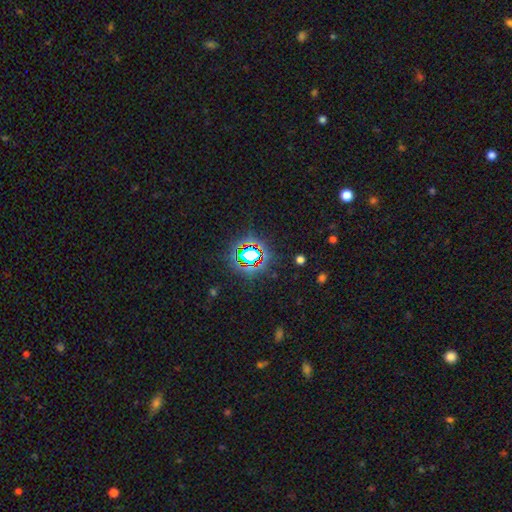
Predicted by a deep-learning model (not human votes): This appears to be a star or artifact, not a galaxy (79%).